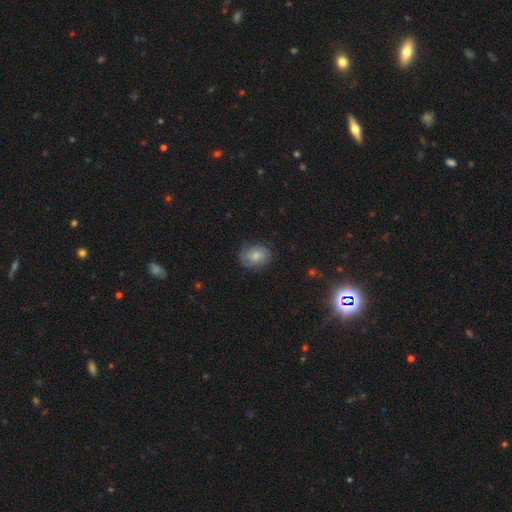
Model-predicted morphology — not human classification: A smooth galaxy with no disk features (57%) that is in between round and cigar-shaped (56%). Merging: none (72%).